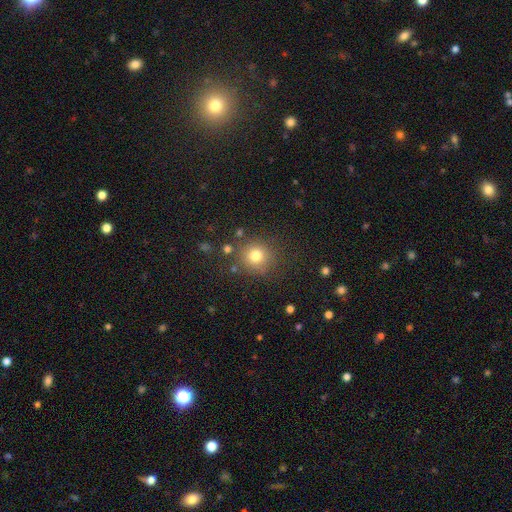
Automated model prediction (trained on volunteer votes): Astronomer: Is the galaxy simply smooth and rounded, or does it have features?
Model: smooth — 77%.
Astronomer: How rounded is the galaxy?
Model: round — 90%.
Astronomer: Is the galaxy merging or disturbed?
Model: none — 83%.